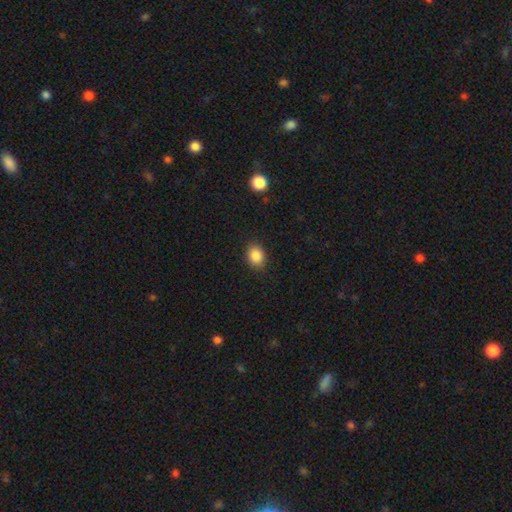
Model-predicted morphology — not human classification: Smooth or featured? Predicted: smooth (p=0.86). How rounded? Predicted: in between (p=0.56). Merging? Predicted: none (p=0.88).